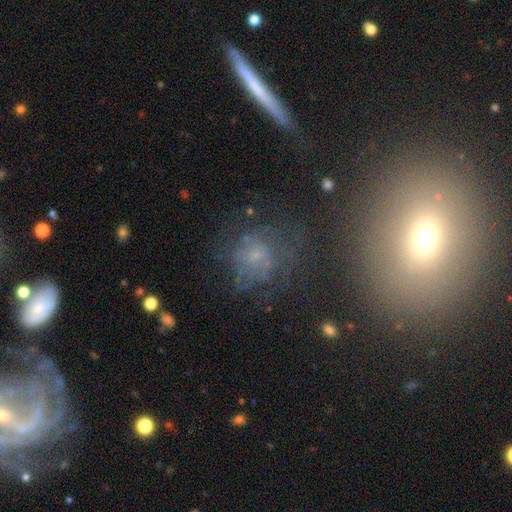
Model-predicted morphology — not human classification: type=smooth (40%); merging=none (54%).